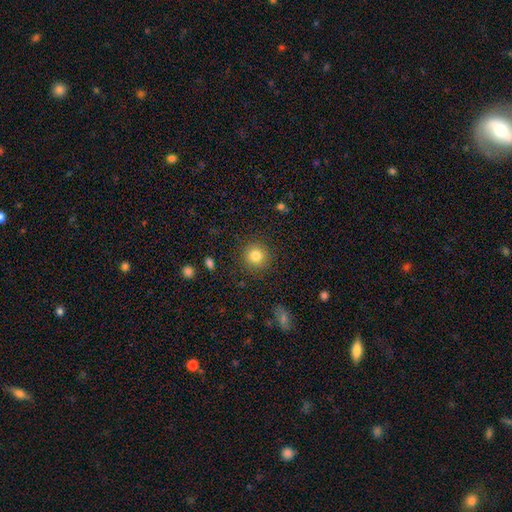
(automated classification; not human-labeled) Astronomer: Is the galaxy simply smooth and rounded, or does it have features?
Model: smooth — 82%.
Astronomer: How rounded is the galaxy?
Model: round — 93%.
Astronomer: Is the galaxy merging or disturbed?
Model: none — 89%.